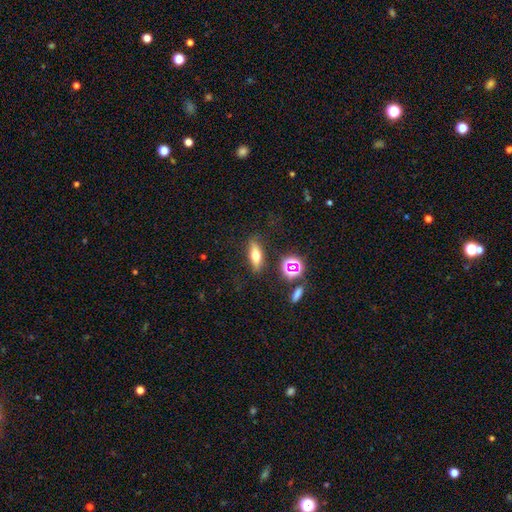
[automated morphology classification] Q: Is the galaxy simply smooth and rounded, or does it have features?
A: smooth — 57%.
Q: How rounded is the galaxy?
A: in between — 50%.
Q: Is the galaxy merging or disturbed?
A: none — 83%.